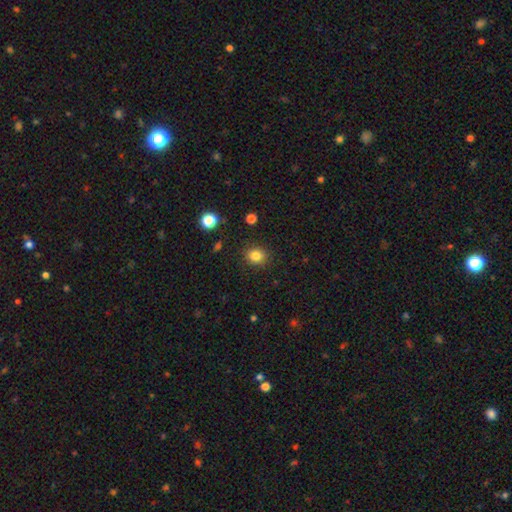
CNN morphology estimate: This is clearly a smooth galaxy (83%). How rounded: likely round (74%). Merging: clearly none (89%).